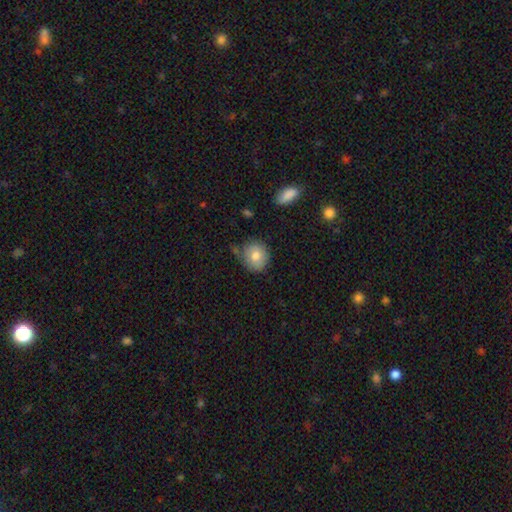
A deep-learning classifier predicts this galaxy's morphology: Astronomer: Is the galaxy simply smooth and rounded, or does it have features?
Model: smooth — 79%.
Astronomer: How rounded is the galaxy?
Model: round — 86%.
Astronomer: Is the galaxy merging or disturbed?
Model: none — 73%.